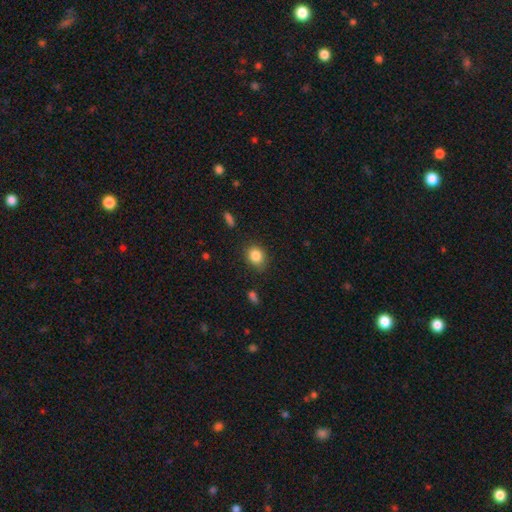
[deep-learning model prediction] smooth 85%, star or artifact 10%, featured or disk 5%. Down the decision tree: how rounded — round (59%); merging — none (79%).